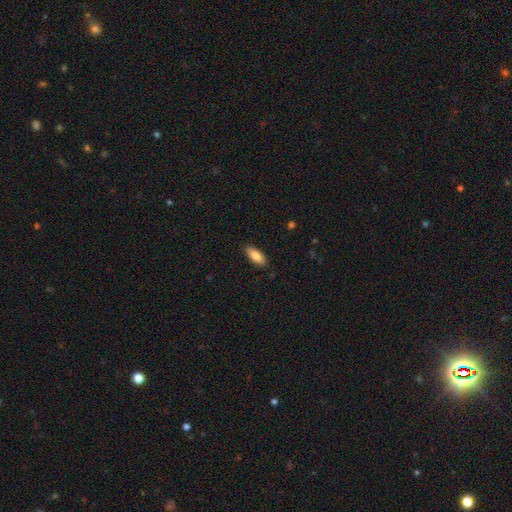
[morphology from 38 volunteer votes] Smooth or featured? smooth (87%)
How rounded? in between (79%)
Merging? none (97%)